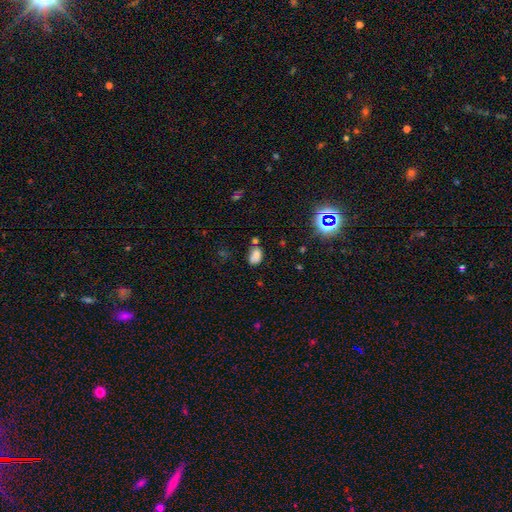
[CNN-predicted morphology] Overall: smooth (77%). How rounded: in between (85%). Merging: none (54%; minor disturbance 23%).